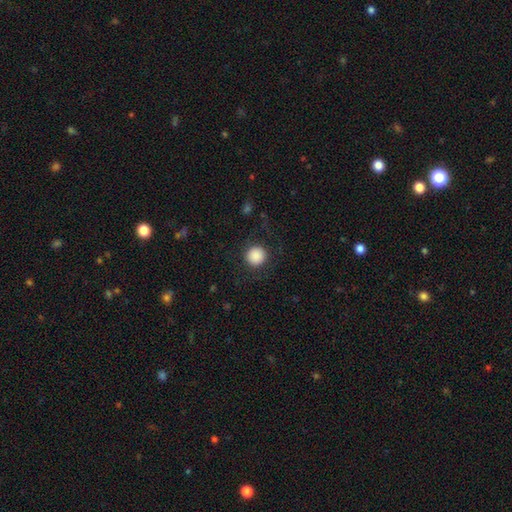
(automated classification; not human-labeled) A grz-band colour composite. It shows a smooth galaxy with no disk features (89%) that is round (95%). Merging: none (90%).